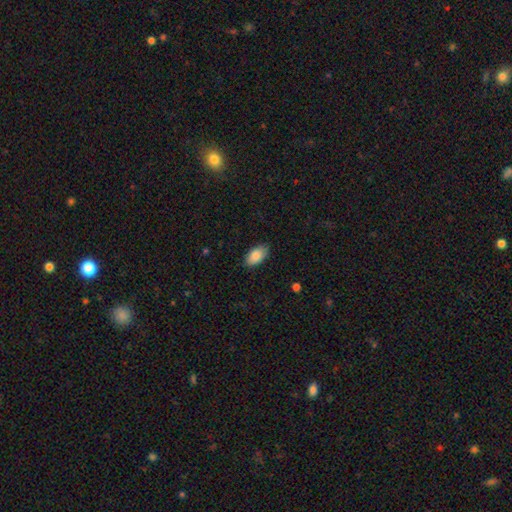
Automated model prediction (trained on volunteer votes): Morphology: type=smooth (88%); roundness=in between (94%); merging=none (84%).